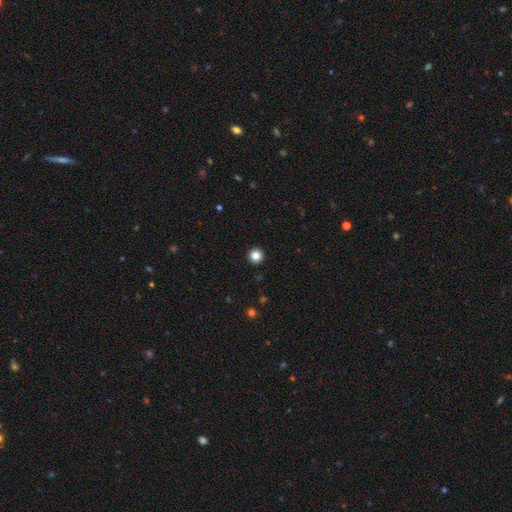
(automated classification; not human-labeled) Morphology: type=smooth (84%); roundness=round (96%); merging=none (94%).